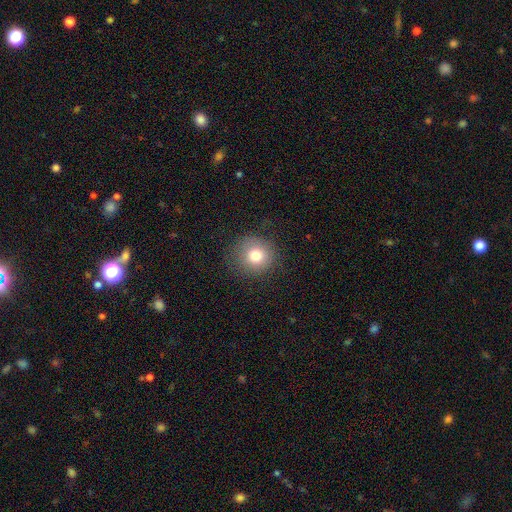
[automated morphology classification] smooth 79%, star or artifact 11%, featured or disk 10%. Down the decision tree: how rounded — round (90%); merging — none (83%).